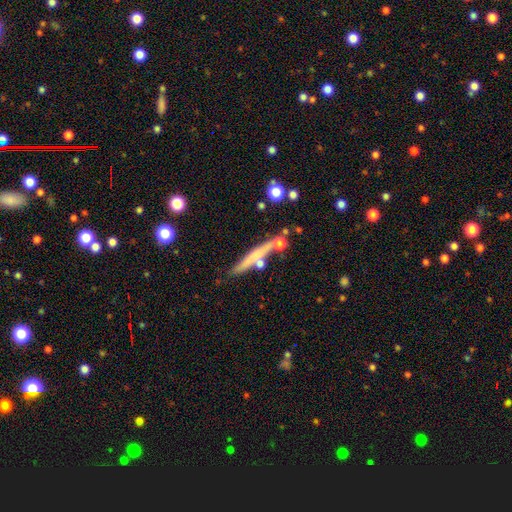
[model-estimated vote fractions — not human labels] Morphology: type=smooth (52%); roundness=cigar-shaped (92%); merging=none (71%).